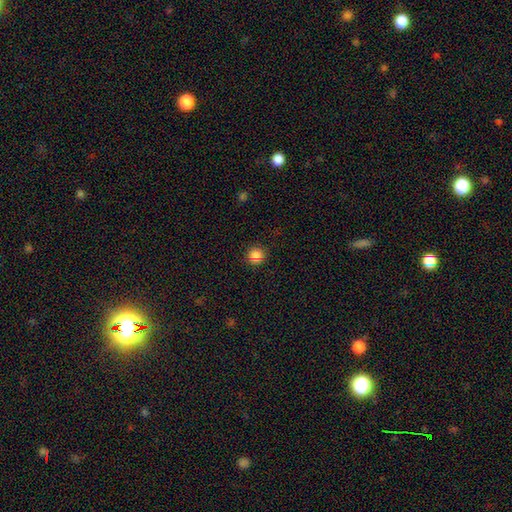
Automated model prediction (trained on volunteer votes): A smooth galaxy with no disk features (84%) that is round (93%).

Vote fractions:
- Smooth or featured? smooth: 84% / star or artifact: 11% / featured or disk: 4%
- How rounded? round: 93% / in between: 6% / cigar-shaped: 1%
- Merging? none: 89% / minor disturbance: 7% / major disturbance: 2% / merger: 1%